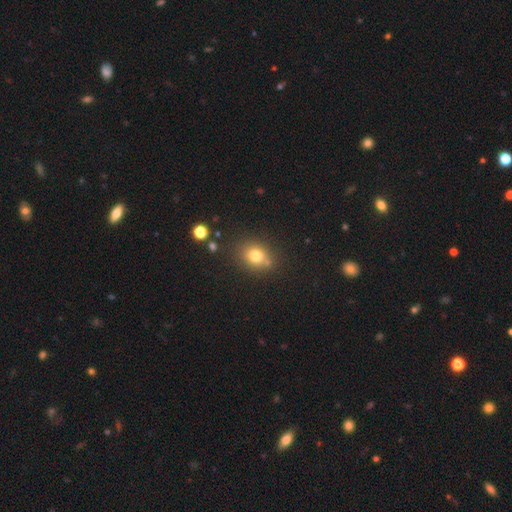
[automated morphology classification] Smooth or featured?
  - smooth: 76% *
  - star or artifact: 14%
  - featured or disk: 10%
How rounded?
  - round: 65% *
  - in between: 34%
  - cigar-shaped: 1%
Merging?
  - none: 72% *
  - minor disturbance: 13%
  - merger: 11%
  - major disturbance: 4%